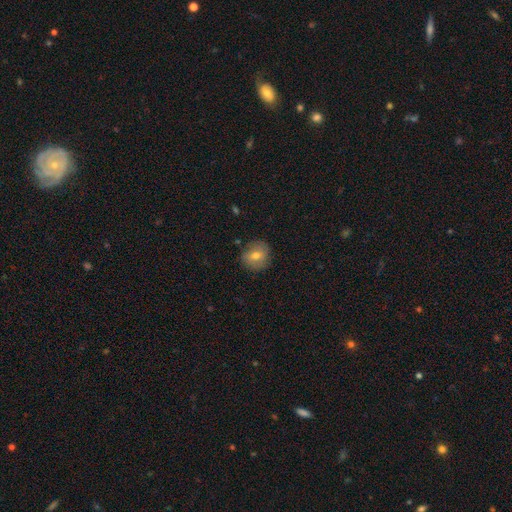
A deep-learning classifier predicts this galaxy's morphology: This appears to be a smooth galaxy with no disk features (69%) that is round (86%). Merging: none (83%).